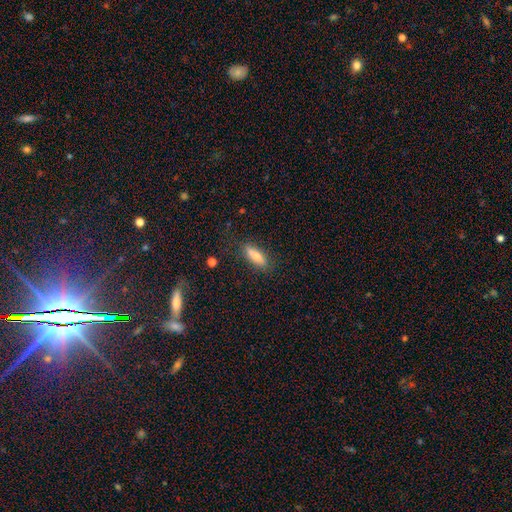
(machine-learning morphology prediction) Q: Smooth or featured?
A: smooth (75%); runner-up: featured or disk (18%)
Q: How rounded?
A: cigar-shaped (50%); runner-up: in between (48%)
Q: Merging?
A: none (82%); runner-up: minor disturbance (12%)